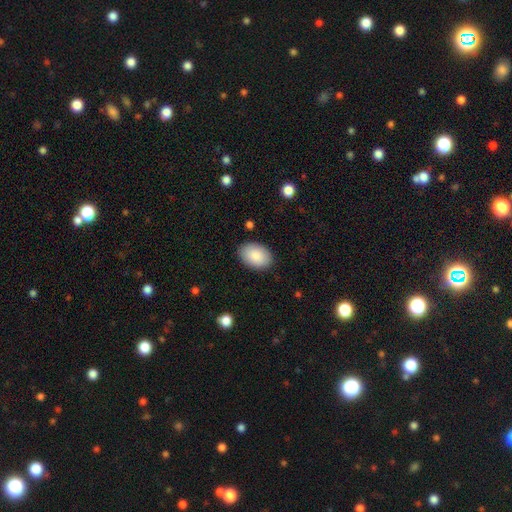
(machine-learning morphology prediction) This appears to be a smooth galaxy with no disk features (88%) that is in between round and cigar-shaped (88%). Merging: none (87%).